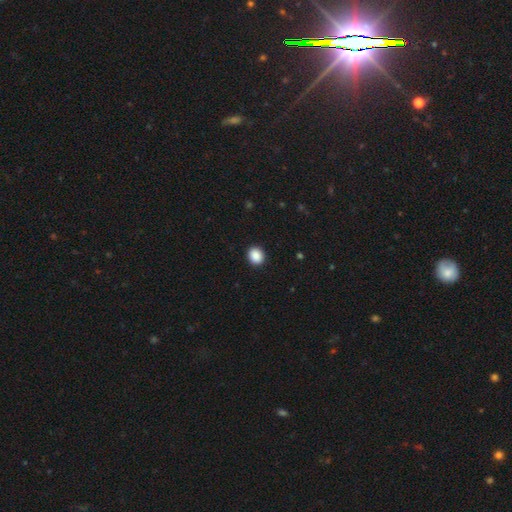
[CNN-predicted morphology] smooth 89%, star or artifact 9%, featured or disk 2%. Down the decision tree: how rounded — round (70%); merging — none (92%).